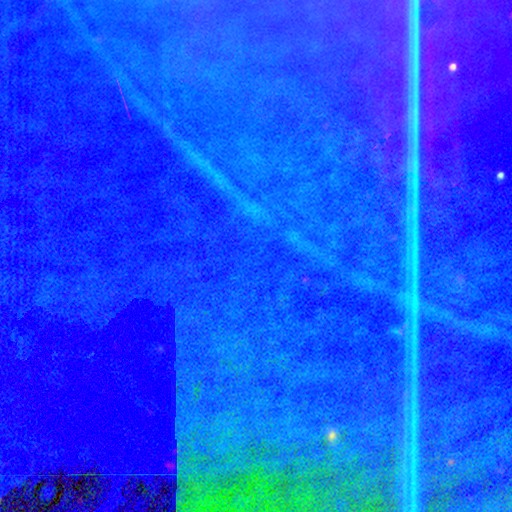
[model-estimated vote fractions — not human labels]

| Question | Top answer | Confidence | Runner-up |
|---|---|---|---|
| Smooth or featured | star or artifact | 87% | featured or disk (7%) |